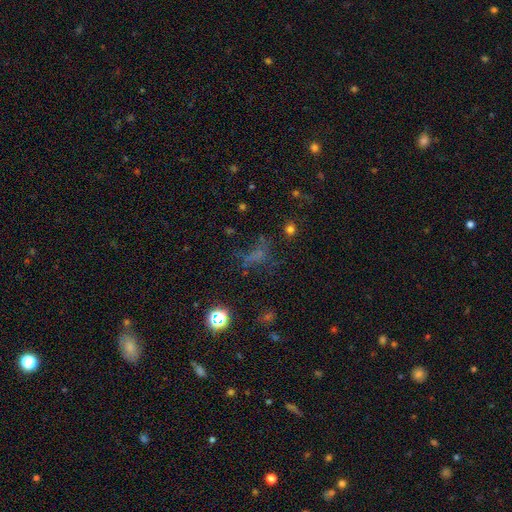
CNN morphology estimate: smooth 41%, star or artifact 40%, featured or disk 19%. Down the decision tree: merging — none (49%).